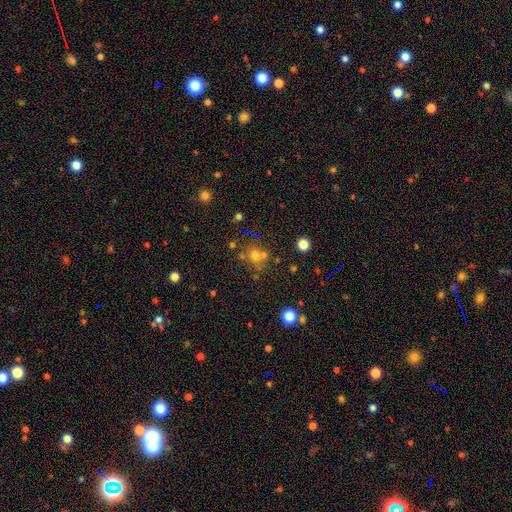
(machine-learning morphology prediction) smooth_or_featured: smooth (p=0.63) [alt: star or artifact p=0.23]
how_rounded: round (p=0.80) [alt: in between p=0.19]
merging: none (p=0.57) [alt: merger p=0.27]